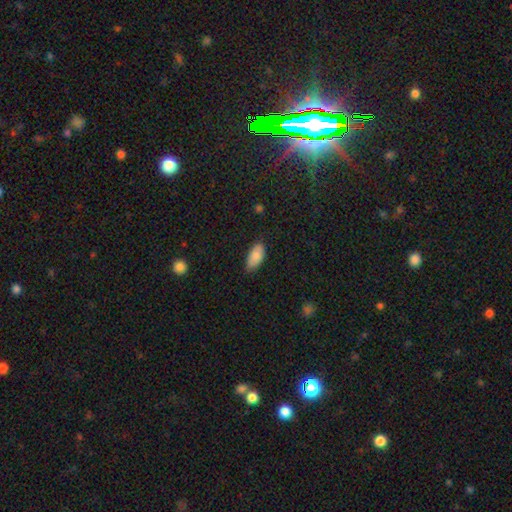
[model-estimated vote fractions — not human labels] smooth-or-featured: smooth: 82% | featured or disk: 11% | star or artifact: 7%
  how-rounded: in between: 92% | cigar-shaped: 5% | round: 3%
  merging: none: 77% | minor disturbance: 19% | major disturbance: 3% | merger: 1%